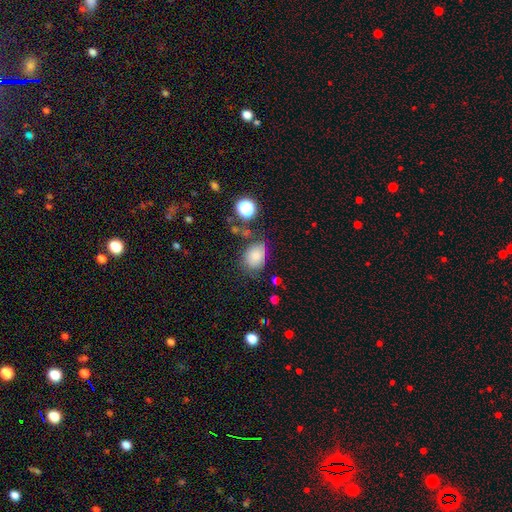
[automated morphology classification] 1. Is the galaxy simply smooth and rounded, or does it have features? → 76% smooth, 12% star or artifact, 12% featured or disk.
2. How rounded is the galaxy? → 62% in between, 37% round, 1% cigar-shaped.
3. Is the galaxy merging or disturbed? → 60% none, 26% minor disturbance, 9% major disturbance, 5% merger.